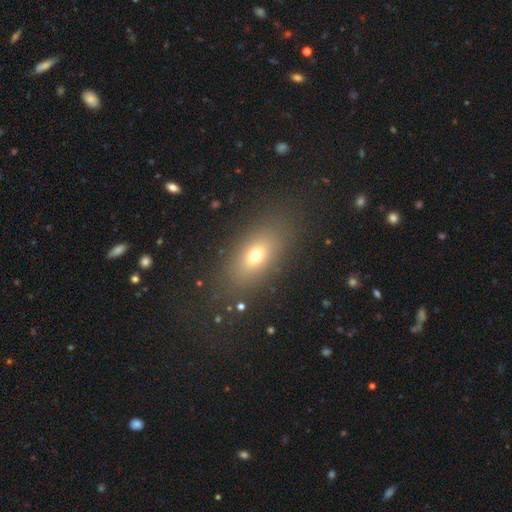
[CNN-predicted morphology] The model was most divided on "smooth or featured": smooth: 69%, featured or disk: 17%, star or artifact: 14%. More confident: merging — none (84%); how rounded — in between (79%).